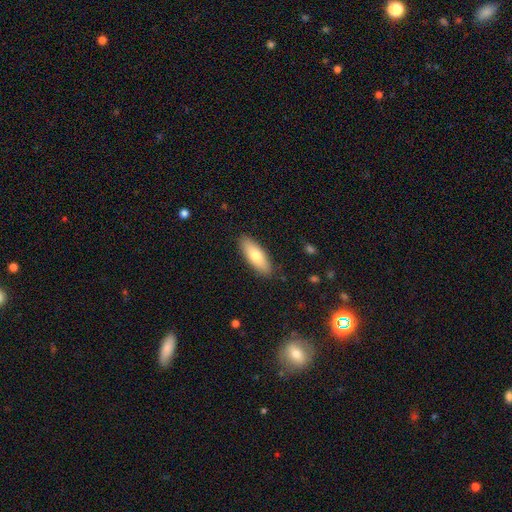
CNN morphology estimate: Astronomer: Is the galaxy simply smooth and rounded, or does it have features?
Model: smooth — 71%.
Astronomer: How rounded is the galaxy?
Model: in between — 68%.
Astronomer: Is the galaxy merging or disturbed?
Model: none — 87%.